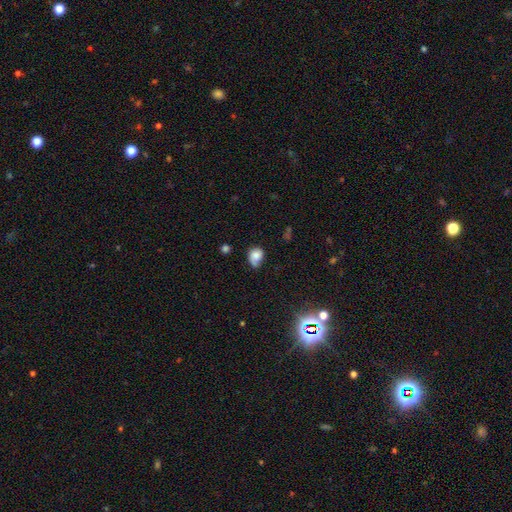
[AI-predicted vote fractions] A smooth galaxy with no disk features (74%) that is in between round and cigar-shaped (50%).

Vote fractions:
- Smooth or featured? smooth: 74% / featured or disk: 16% / star or artifact: 10%
- How rounded? in between: 50% / round: 48% / cigar-shaped: 1%
- Merging? none: 41% / minor disturbance: 37% / major disturbance: 16% / merger: 5%